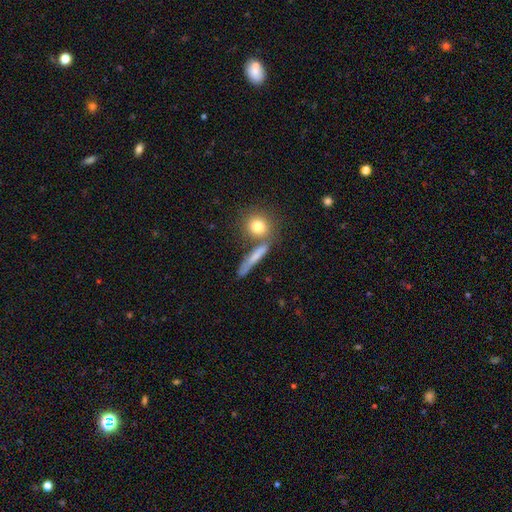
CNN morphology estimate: Smooth or featured? smooth (69%)
How rounded? cigar-shaped (67%)
Merging? none (65%)